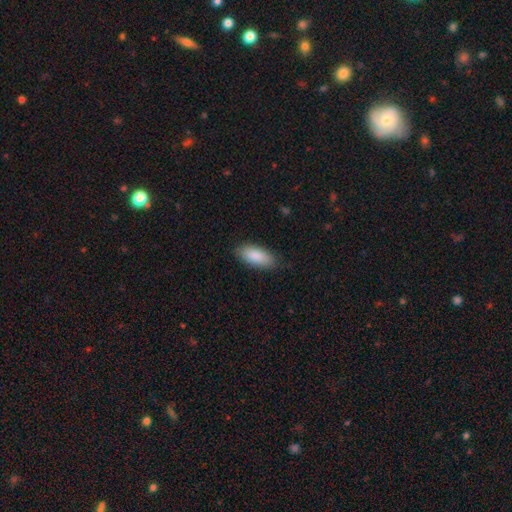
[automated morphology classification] smooth_or_featured: smooth (p=0.88) [alt: featured or disk p=0.07]
how_rounded: in between (p=0.87) [alt: cigar-shaped p=0.11]
merging: none (p=0.83) [alt: minor disturbance p=0.14]